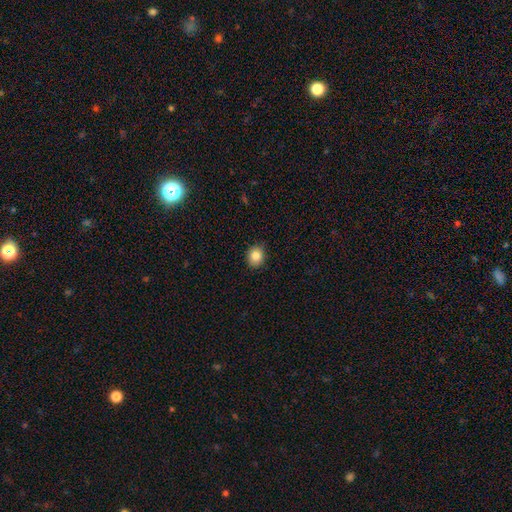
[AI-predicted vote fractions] A smooth galaxy with no disk features (84%) that is round (69%).

Vote fractions:
- Smooth or featured? smooth: 84% / star or artifact: 10% / featured or disk: 6%
- How rounded? round: 69% / in between: 30% / cigar-shaped: 1%
- Merging? none: 87% / minor disturbance: 10% / major disturbance: 2% / merger: 1%